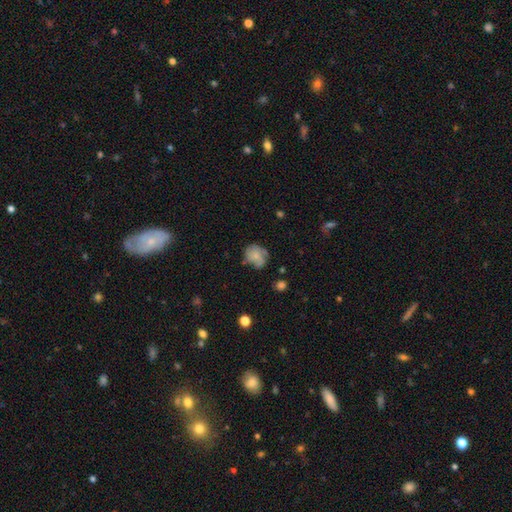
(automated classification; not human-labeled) Q: Smooth or featured?
A: smooth (57%); runner-up: featured or disk (34%)
Q: How rounded?
A: round (62%); runner-up: in between (37%)
Q: Merging?
A: none (58%); runner-up: minor disturbance (28%)